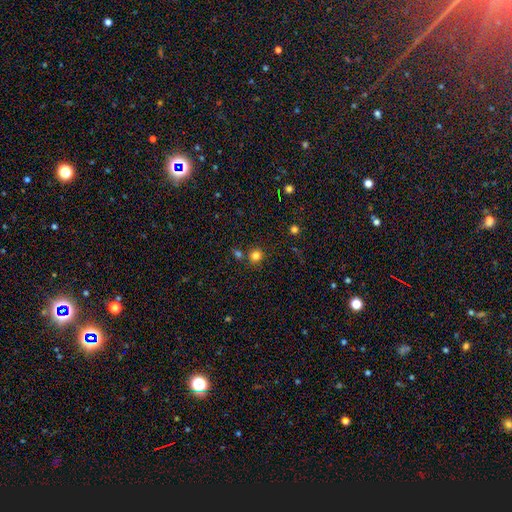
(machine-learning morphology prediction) Overall: smooth (81%). How rounded: round (89%). Merging: none (77%).